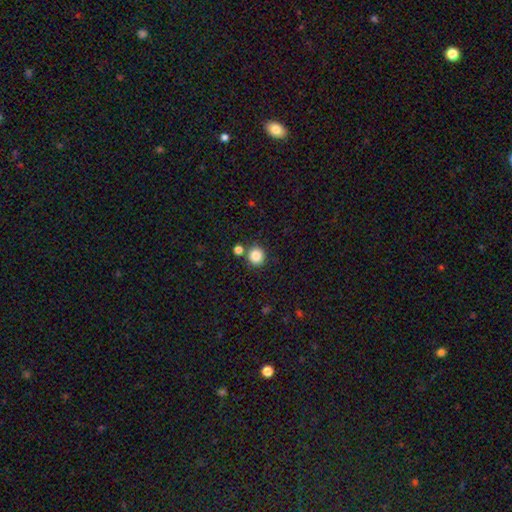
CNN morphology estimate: smooth-or-featured: smooth: 86% | star or artifact: 10% | featured or disk: 4%
  how-rounded: round: 88% | in between: 11% | cigar-shaped: 1%
  merging: none: 78% | merger: 11% | minor disturbance: 8% | major disturbance: 3%